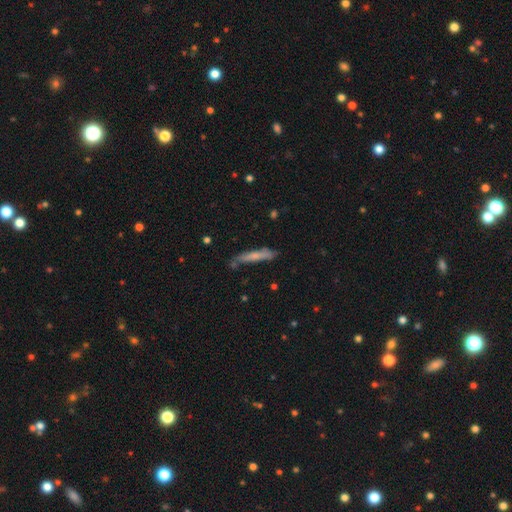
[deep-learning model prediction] smooth 59%, featured or disk 35%, star or artifact 7%. Down the decision tree: how rounded — cigar-shaped (91%); merging — none (68%).